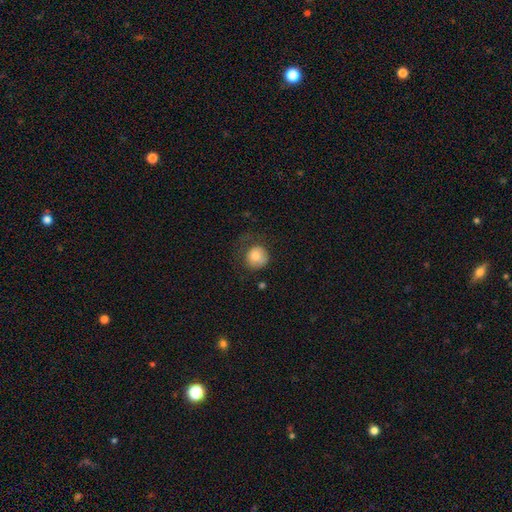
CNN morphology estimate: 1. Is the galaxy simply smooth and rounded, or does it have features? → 77% smooth, 15% featured or disk, 8% star or artifact.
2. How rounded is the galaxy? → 85% round, 15% in between, 1% cigar-shaped.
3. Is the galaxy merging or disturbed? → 46% none, 26% major disturbance, 26% minor disturbance, 2% merger.